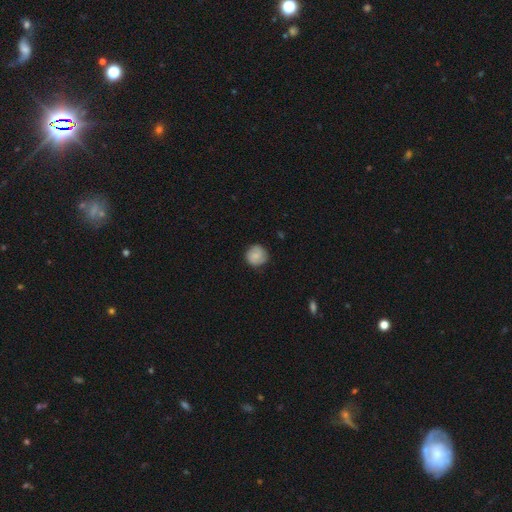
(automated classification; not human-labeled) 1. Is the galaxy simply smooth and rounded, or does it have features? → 74% smooth, 18% featured or disk, 7% star or artifact.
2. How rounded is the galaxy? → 91% round, 8% in between, 1% cigar-shaped.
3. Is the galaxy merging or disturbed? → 78% none, 17% minor disturbance, 4% major disturbance, 1% merger.